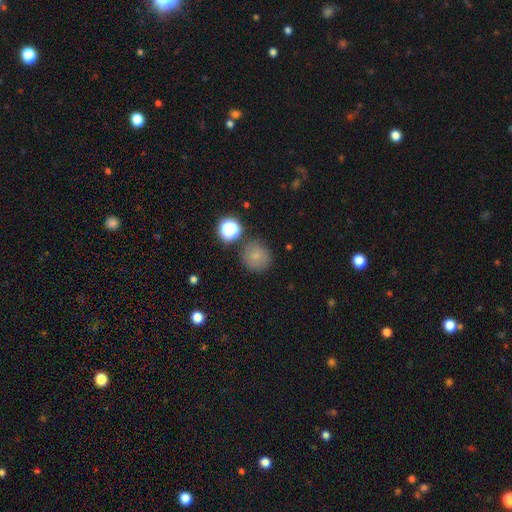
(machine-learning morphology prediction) smooth 75%, star or artifact 16%, featured or disk 9%. Down the decision tree: how rounded — round (93%); merging — none (82%).